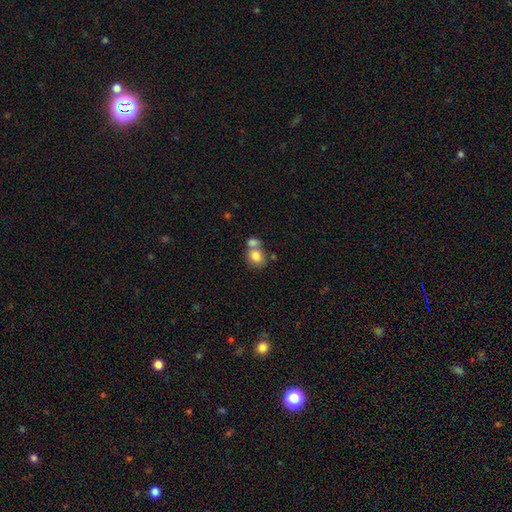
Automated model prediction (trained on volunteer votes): A smooth galaxy with no disk features (80%) that is round (57%).

Vote fractions:
- Smooth or featured? smooth: 80% / featured or disk: 11% / star or artifact: 9%
- How rounded? round: 57% / in between: 42% / cigar-shaped: 1%
- Merging? merger: 50% / none: 38% / minor disturbance: 9% / major disturbance: 4%